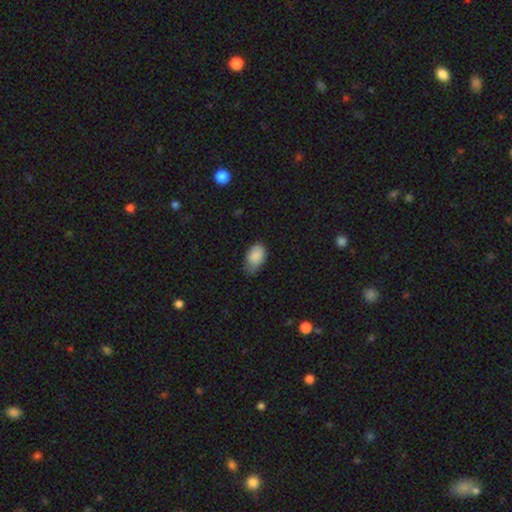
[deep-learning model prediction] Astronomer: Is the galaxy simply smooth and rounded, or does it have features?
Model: smooth — 87%.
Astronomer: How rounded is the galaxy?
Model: in between — 90%.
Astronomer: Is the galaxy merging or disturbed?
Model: none — 53% (runner-up: minor disturbance, 39%).